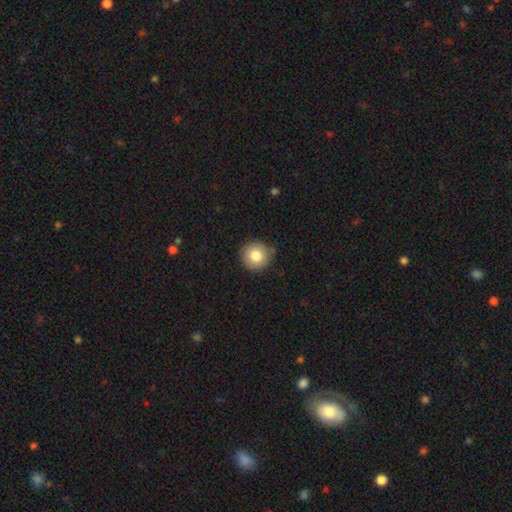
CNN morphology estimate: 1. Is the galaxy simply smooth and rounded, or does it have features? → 82% smooth, 9% featured or disk, 9% star or artifact.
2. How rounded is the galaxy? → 94% round, 5% in between, 1% cigar-shaped.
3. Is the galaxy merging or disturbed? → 85% none, 11% minor disturbance, 2% major disturbance, 2% merger.